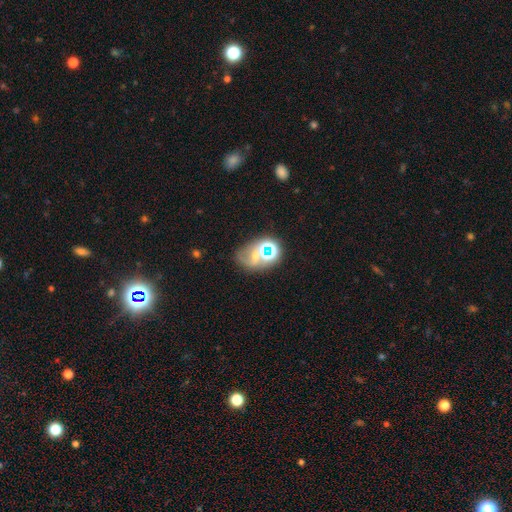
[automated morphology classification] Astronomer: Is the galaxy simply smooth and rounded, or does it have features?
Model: star or artifact — 37% (runner-up: smooth, 33%).